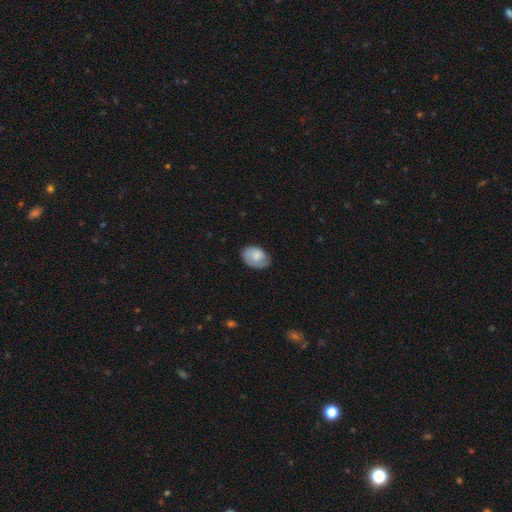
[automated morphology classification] Overall: smooth (70%). How rounded: in between (80%). Merging: none (67%).